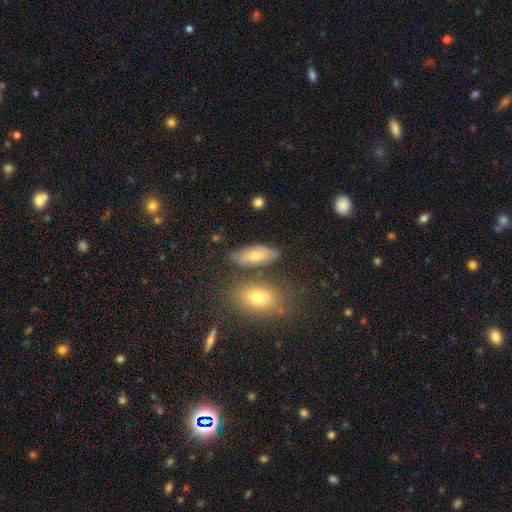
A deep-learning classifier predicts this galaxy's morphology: Smooth or featured?
  - smooth: 66% *
  - featured or disk: 25%
  - star or artifact: 9%
How rounded?
  - in between: 83% *
  - cigar-shaped: 12%
  - round: 5%
Merging?
  - none: 67% *
  - minor disturbance: 17%
  - merger: 11%
  - major disturbance: 5%